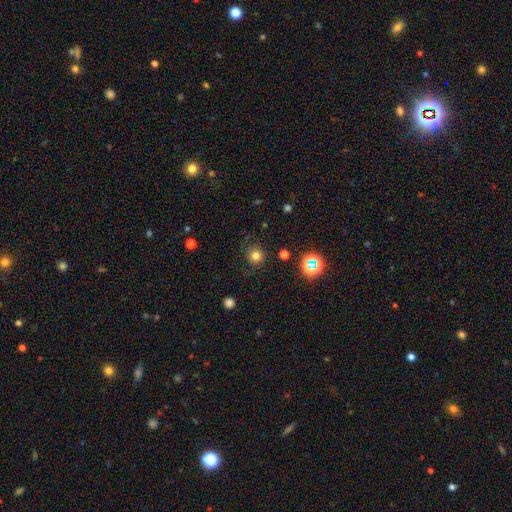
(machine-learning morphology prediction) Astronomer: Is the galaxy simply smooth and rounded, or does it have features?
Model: smooth — 75%.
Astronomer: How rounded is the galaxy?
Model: round — 93%.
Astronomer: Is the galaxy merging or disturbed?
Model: none — 82%.